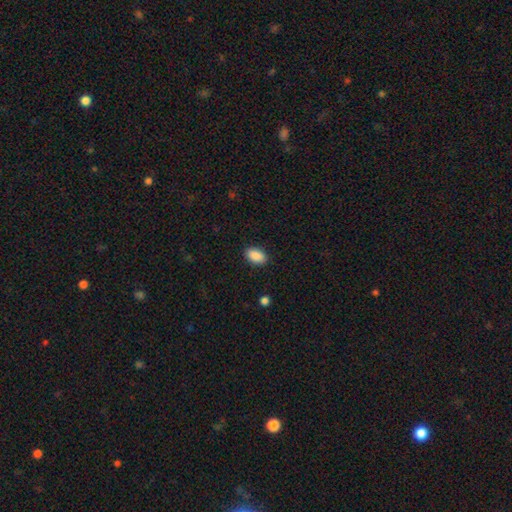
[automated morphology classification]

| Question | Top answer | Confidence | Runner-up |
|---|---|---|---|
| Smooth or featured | smooth | 90% | star or artifact (7%) |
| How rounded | in between | 92% | round (6%) |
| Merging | none | 89% | minor disturbance (8%) |